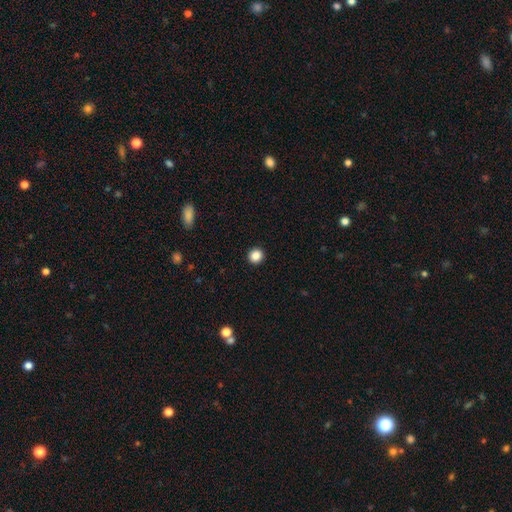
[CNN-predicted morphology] Smooth or featured: smooth — 86% (star or artifact — 10%)
How rounded: round — 93% (in between — 6%)
Merging: none — 94% (minor disturbance — 4%)